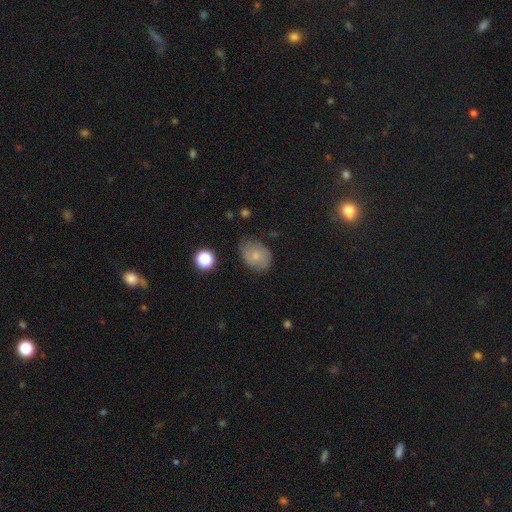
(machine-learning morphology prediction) A smooth galaxy with no disk features (66%) that is in between round and cigar-shaped (60%). Merging: none (64%).